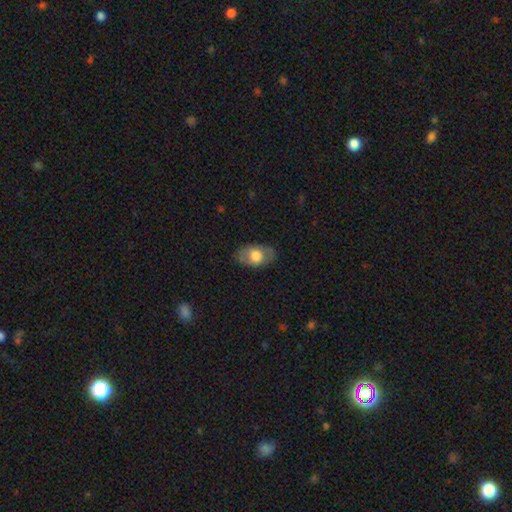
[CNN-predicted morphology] Q: Smooth or featured?
A: smooth (65%); runner-up: featured or disk (28%)
Q: How rounded?
A: in between (87%); runner-up: round (11%)
Q: Merging?
A: none (79%); runner-up: minor disturbance (16%)